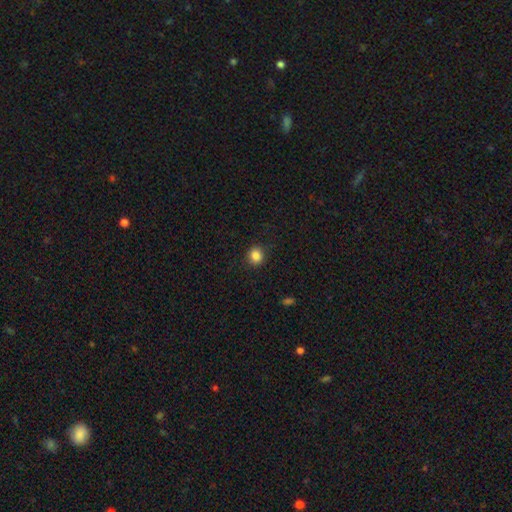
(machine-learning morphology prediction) Smooth or featured?
  - smooth: 86% *
  - star or artifact: 11%
  - featured or disk: 4%
How rounded?
  - round: 82% *
  - in between: 17%
  - cigar-shaped: 1%
Merging?
  - none: 89% *
  - minor disturbance: 7%
  - major disturbance: 2%
  - merger: 1%